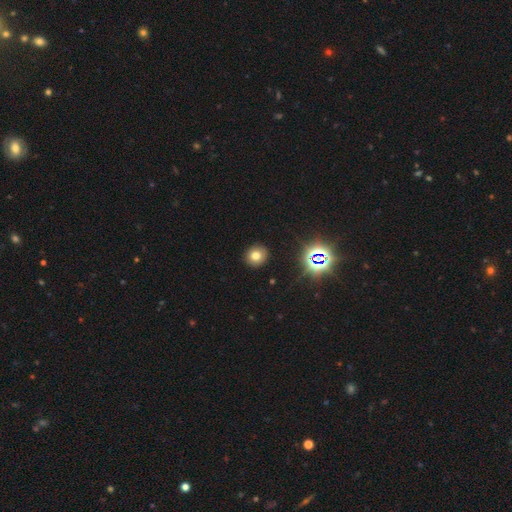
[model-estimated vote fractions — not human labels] Smooth or featured? smooth (71%)
How rounded? round (85%)
Merging? none (90%)